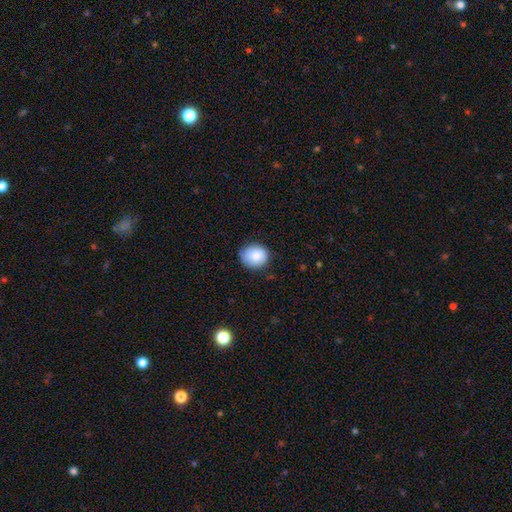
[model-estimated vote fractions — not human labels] Overall: smooth (85%). How rounded: round (79%). Merging: none (76%).